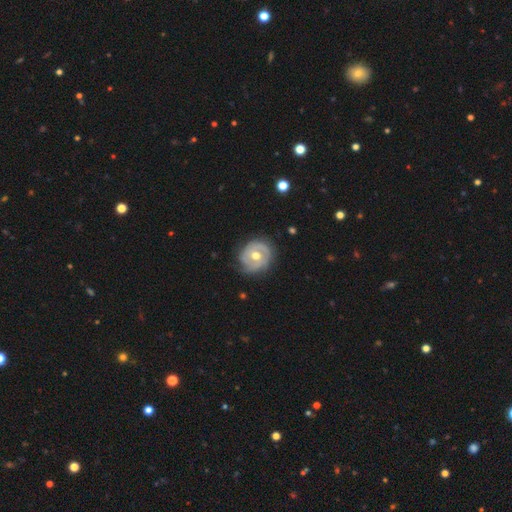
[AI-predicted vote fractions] Smooth or featured: featured or disk — 68% (smooth — 26%)
Edge-on disk: no — 96% (yes — 4%)
Bar: no — 75% (weak — 19%)
Spiral arms: yes — 68% (no — 32%)
Bulge size: moderate — 82% (small — 9%)
Merging: none — 72% (minor disturbance — 21%)